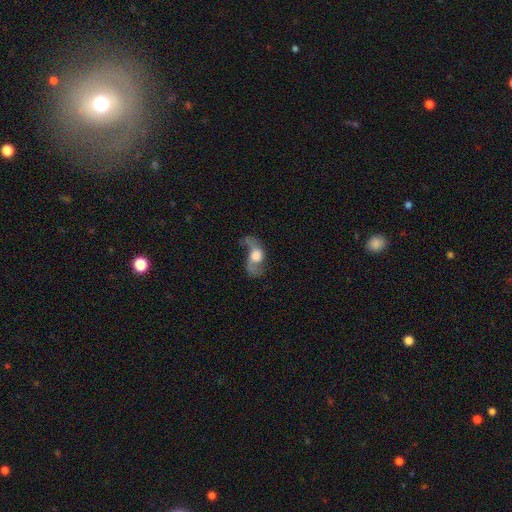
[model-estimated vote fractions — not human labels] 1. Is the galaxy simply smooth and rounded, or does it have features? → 61% featured or disk, 30% smooth, 9% star or artifact.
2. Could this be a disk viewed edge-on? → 93% no, 7% yes.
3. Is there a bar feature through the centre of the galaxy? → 71% no, 23% weak, 6% strong.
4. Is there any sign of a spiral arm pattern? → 76% yes, 24% no.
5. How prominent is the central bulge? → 48% large, 27% moderate, 13% dominant, 6% small, 6% none.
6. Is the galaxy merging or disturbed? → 42% major disturbance, 34% none, 18% minor disturbance, 7% merger.